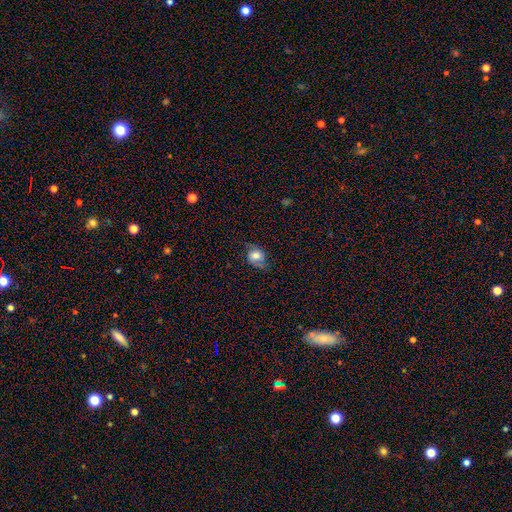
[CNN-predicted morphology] smooth-or-featured: smooth: 59% | featured or disk: 31% | star or artifact: 10%
  how-rounded: in between: 51% | round: 47% | cigar-shaped: 1%
  merging: none: 66% | minor disturbance: 23% | major disturbance: 10% | merger: 1%